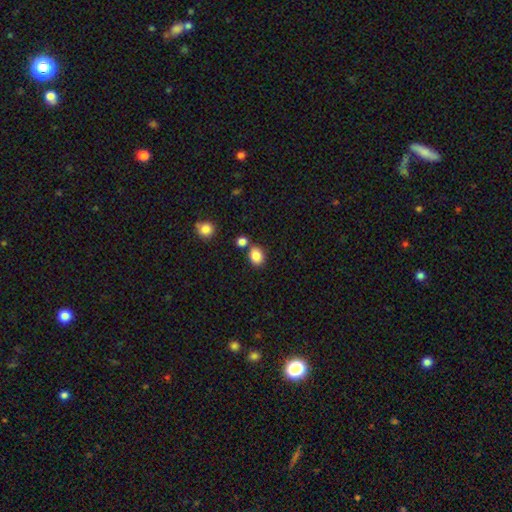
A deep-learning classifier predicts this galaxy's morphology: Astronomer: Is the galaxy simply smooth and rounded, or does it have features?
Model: smooth — 86%.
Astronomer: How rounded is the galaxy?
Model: in between — 54% (runner-up: round, 45%).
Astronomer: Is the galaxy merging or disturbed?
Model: none — 72%.